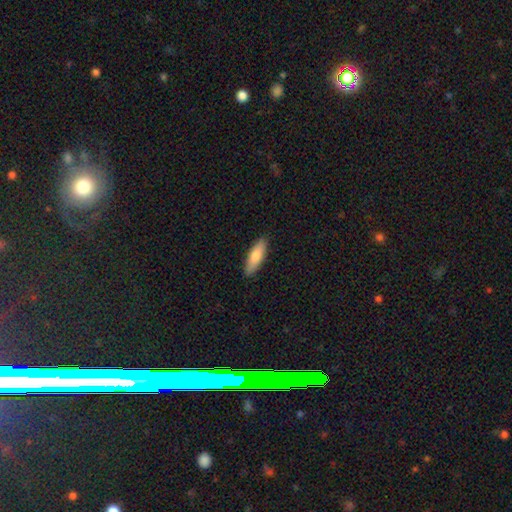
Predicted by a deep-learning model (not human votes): This appears to be a smooth galaxy with no disk features (77%) that is cigar-shaped (53%). Merging: none (89%).